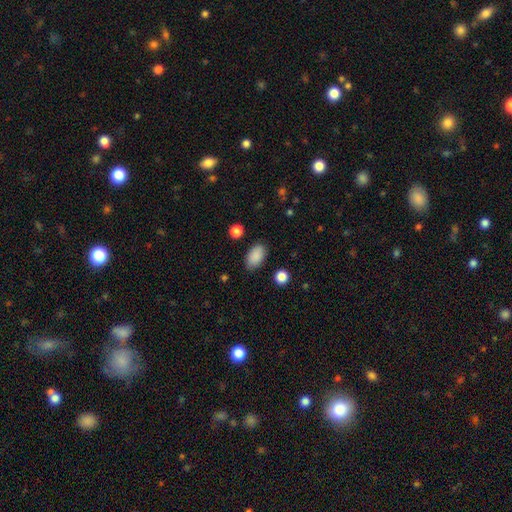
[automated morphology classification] A smooth galaxy with no disk features (89%) that is in between round and cigar-shaped (92%).

Vote fractions:
- Smooth or featured? smooth: 89% / star or artifact: 7% / featured or disk: 4%
- How rounded? in between: 92% / round: 6% / cigar-shaped: 2%
- Merging? none: 85% / minor disturbance: 10% / major disturbance: 3% / merger: 2%